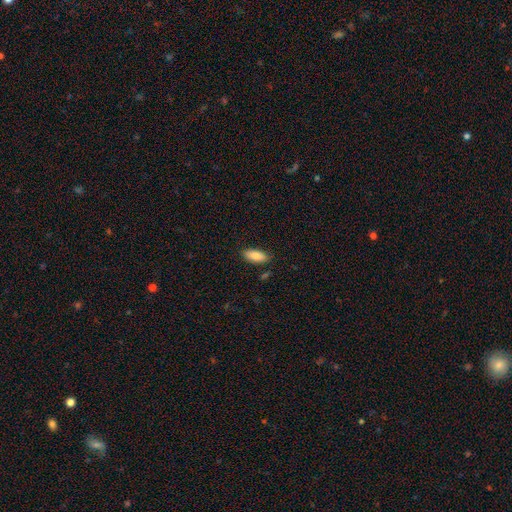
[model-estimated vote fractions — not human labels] A smooth galaxy with no disk features (87%) that is in between round and cigar-shaped (83%). Merging: none (86%).